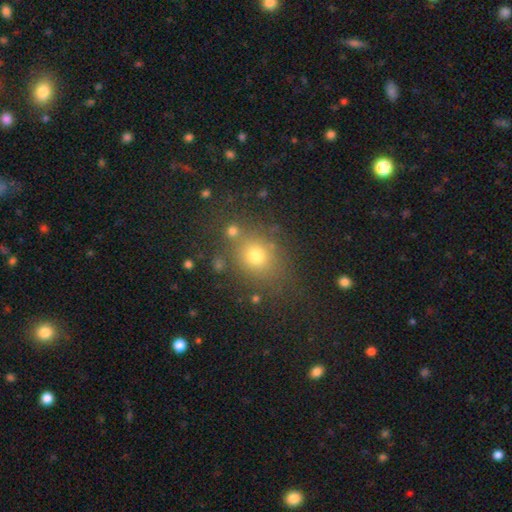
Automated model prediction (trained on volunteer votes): Overall: smooth (70%). How rounded: round (65%; in between 34%). Merging: none (76%).